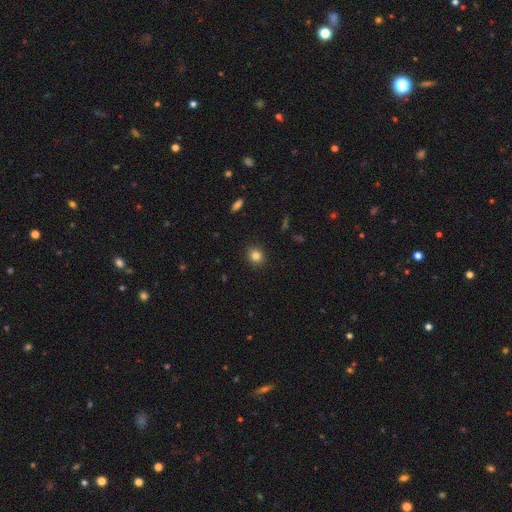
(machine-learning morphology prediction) Overall: smooth (83%). How rounded: round (78%). Merging: none (90%).